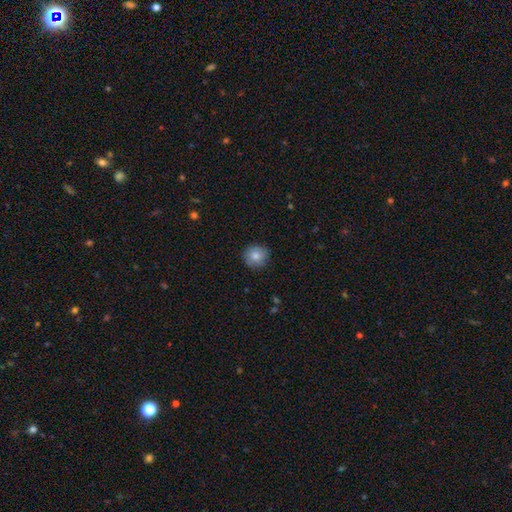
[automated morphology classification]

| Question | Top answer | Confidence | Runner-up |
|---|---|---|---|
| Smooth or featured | smooth | 80% | featured or disk (11%) |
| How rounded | round | 92% | in between (7%) |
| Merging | none | 88% | minor disturbance (9%) |